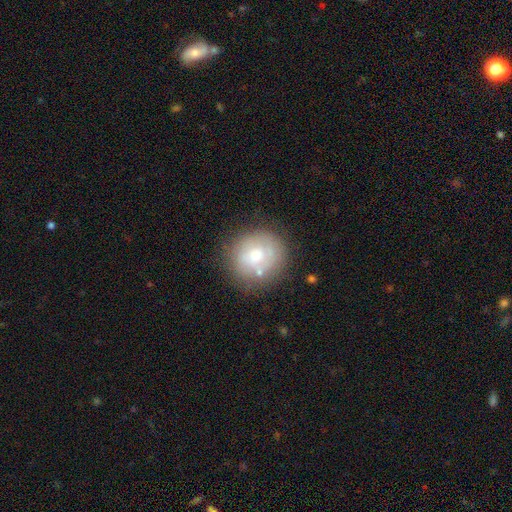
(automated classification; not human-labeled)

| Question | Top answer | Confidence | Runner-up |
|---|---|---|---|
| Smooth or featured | smooth | 60% | featured or disk (31%) |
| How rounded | round | 88% | in between (11%) |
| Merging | none | 69% | minor disturbance (17%) |